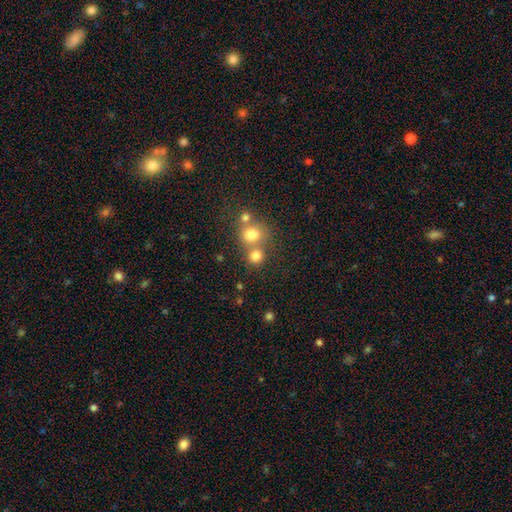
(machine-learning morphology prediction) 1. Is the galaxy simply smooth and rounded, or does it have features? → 77% smooth, 14% star or artifact, 9% featured or disk.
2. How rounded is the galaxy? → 80% round, 19% in between, 1% cigar-shaped.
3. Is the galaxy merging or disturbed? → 48% none, 41% merger, 7% minor disturbance, 4% major disturbance.